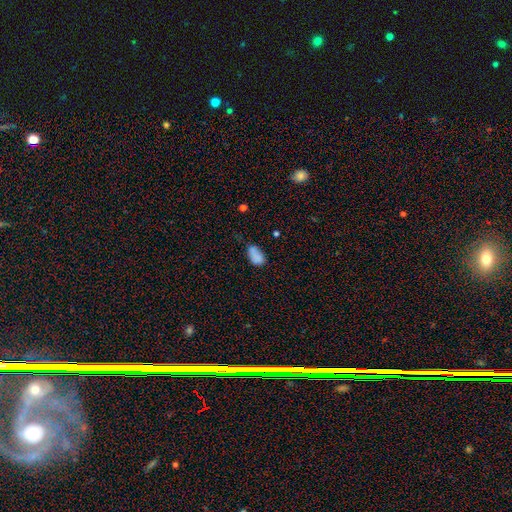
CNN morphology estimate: Smooth or featured? smooth (79%)
How rounded? in between (90%)
Merging? none (49%)